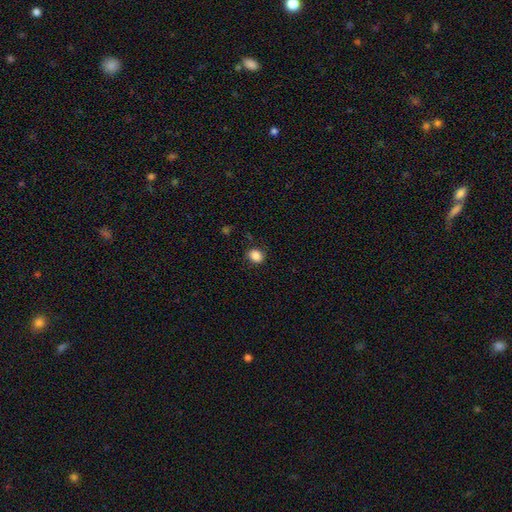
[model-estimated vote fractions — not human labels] smooth 86%, star or artifact 9%, featured or disk 4%. Down the decision tree: how rounded — round (52%); merging — none (84%).